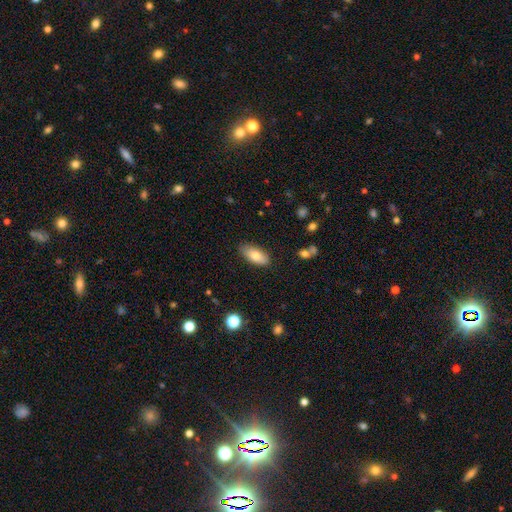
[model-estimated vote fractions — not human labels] Smooth or featured: smooth — 76% (featured or disk — 17%)
How rounded: in between — 86% (cigar-shaped — 11%)
Merging: none — 83% (minor disturbance — 13%)